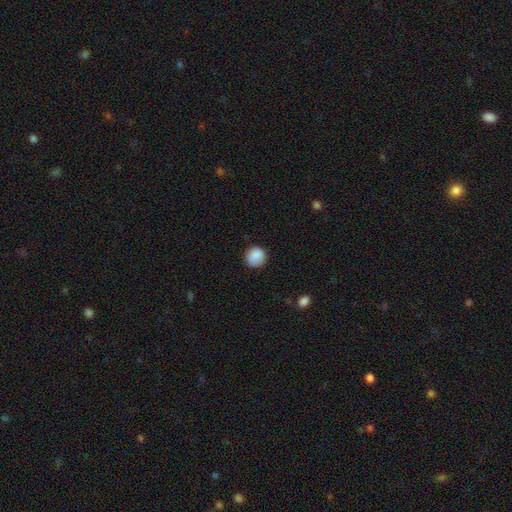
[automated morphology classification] Smooth or featured?
  - smooth: 87% *
  - star or artifact: 8%
  - featured or disk: 4%
How rounded?
  - round: 92% *
  - in between: 7%
  - cigar-shaped: 1%
Merging?
  - none: 84% *
  - minor disturbance: 12%
  - major disturbance: 3%
  - merger: 1%